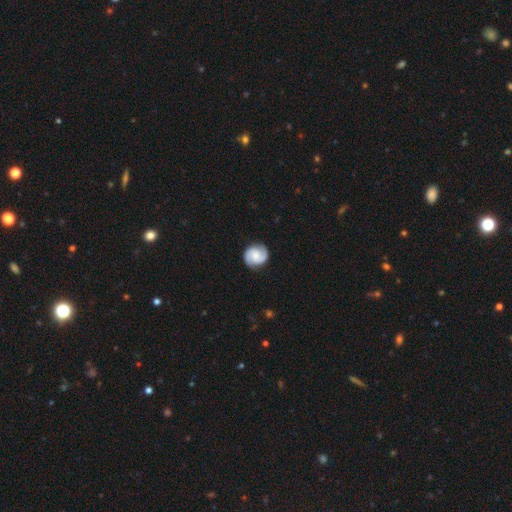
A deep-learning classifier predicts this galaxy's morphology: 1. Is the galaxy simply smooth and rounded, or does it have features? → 73% featured or disk, 21% smooth, 6% star or artifact.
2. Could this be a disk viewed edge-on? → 98% no, 2% yes.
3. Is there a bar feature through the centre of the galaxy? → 57% no, 35% weak, 8% strong.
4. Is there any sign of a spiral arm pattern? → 97% yes, 3% no.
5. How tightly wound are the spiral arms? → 44% medium, 43% tight, 13% loose.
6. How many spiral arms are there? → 91% 2, 3% can't tell, 2% 1, 2% 3, 1% 4, 1% more than 4.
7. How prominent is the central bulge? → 36% moderate, 34% small, 20% none, 9% large, 2% dominant.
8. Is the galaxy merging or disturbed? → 86% none, 10% minor disturbance, 3% major disturbance, 1% merger.